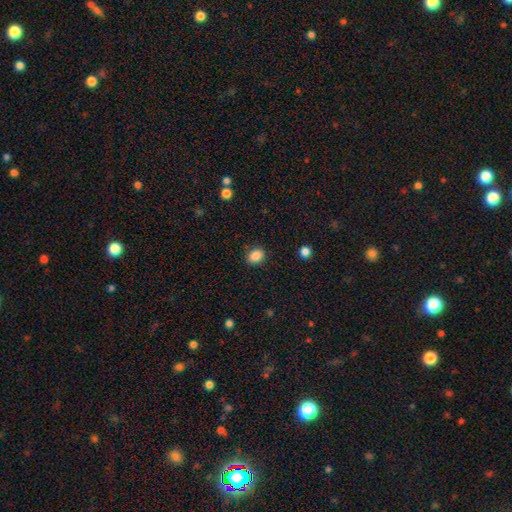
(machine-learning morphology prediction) The model was most divided on "how rounded": in between: 63%, round: 36%, cigar-shaped: 1%. More confident: smooth or featured — smooth (87%); merging — none (87%).